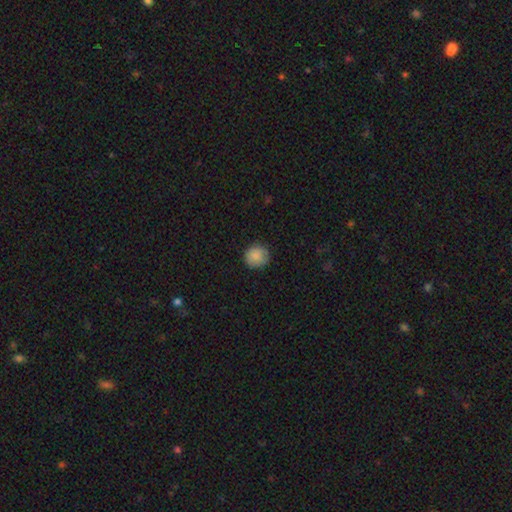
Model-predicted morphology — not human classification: A smooth galaxy with no disk features (87%) that is round (91%). Merging: none (86%).